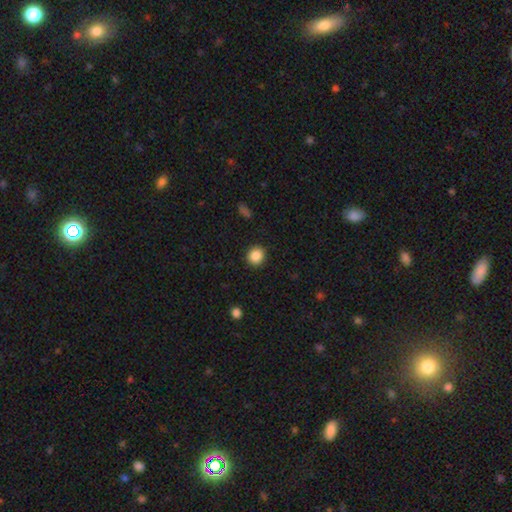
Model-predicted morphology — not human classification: This appears to be a smooth galaxy with no disk features (87%) that is round (87%). Merging: none (91%).